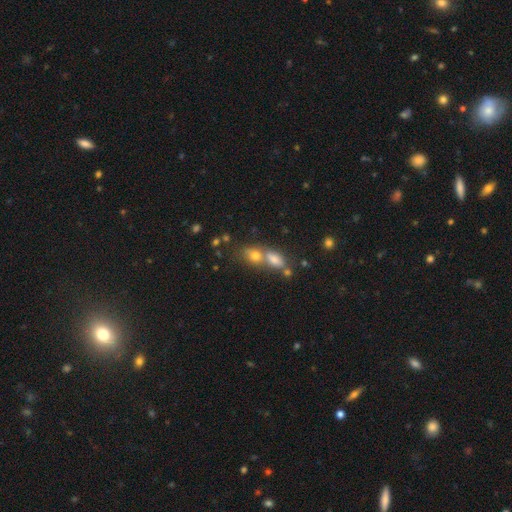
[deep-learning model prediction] The model was most divided on "how rounded": round: 49%, in between: 40%, cigar-shaped: 11%. More confident: merging — merger (56%); smooth or featured — smooth (52%).